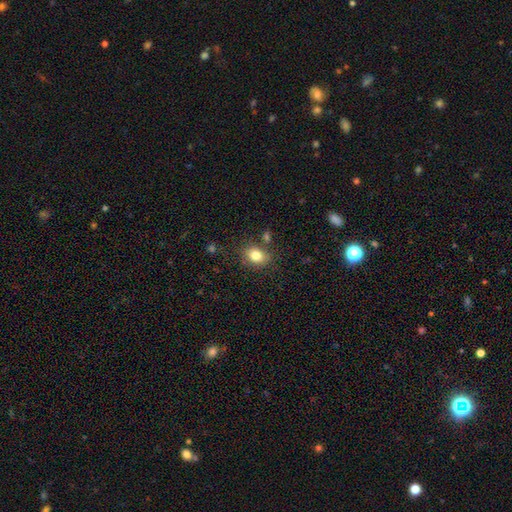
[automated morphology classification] Q: Smooth or featured?
A: smooth (81%); runner-up: star or artifact (10%)
Q: How rounded?
A: in between (58%); runner-up: round (41%)
Q: Merging?
A: none (76%); runner-up: minor disturbance (14%)